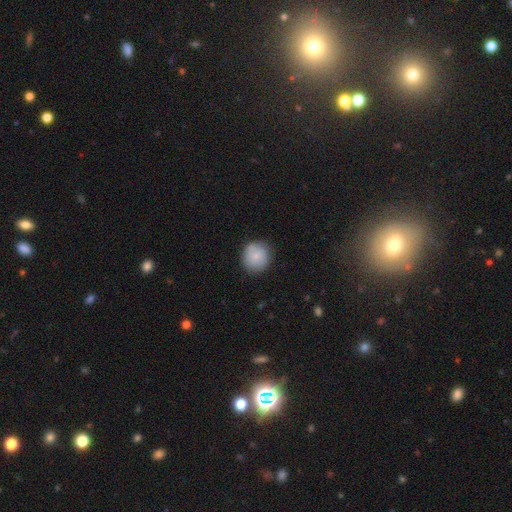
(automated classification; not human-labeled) Overall: smooth (84%). How rounded: round (89%). Merging: none (83%).